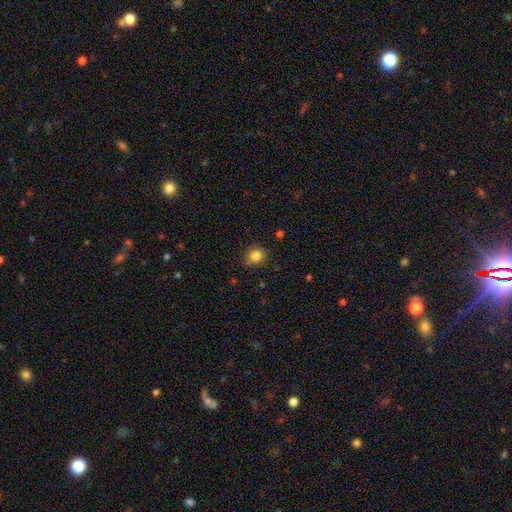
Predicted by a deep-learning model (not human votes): Smooth or featured: smooth — 83% (star or artifact — 12%)
How rounded: round — 87% (in between — 12%)
Merging: none — 80% (minor disturbance — 15%)